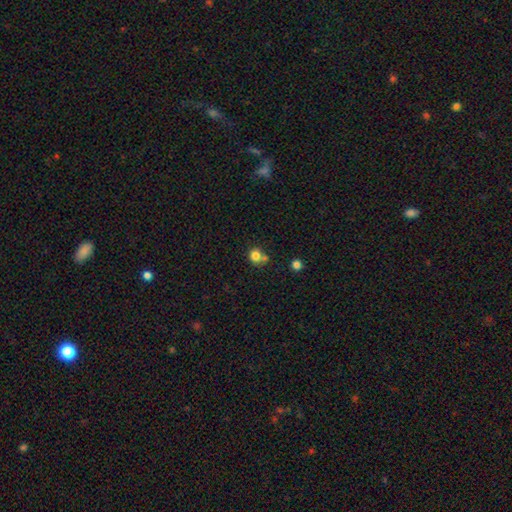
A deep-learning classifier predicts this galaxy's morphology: Q: Smooth or featured?
A: smooth (80%); runner-up: star or artifact (13%)
Q: How rounded?
A: round (87%); runner-up: in between (12%)
Q: Merging?
A: none (59%); runner-up: merger (28%)